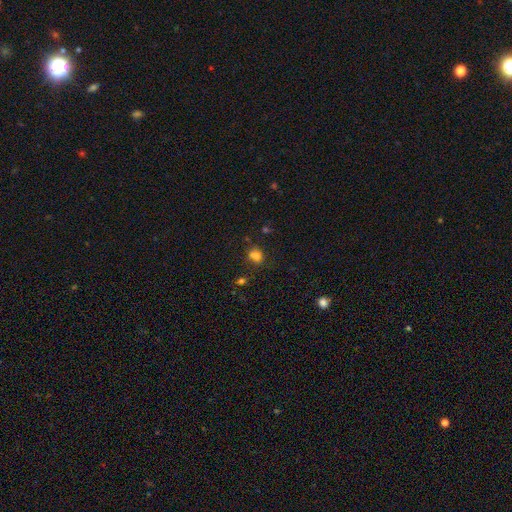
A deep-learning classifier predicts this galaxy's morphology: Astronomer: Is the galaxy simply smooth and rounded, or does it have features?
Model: smooth — 71%.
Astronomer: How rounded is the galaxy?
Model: round — 64%.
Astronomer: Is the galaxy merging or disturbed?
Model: none — 50% (runner-up: merger, 31%).